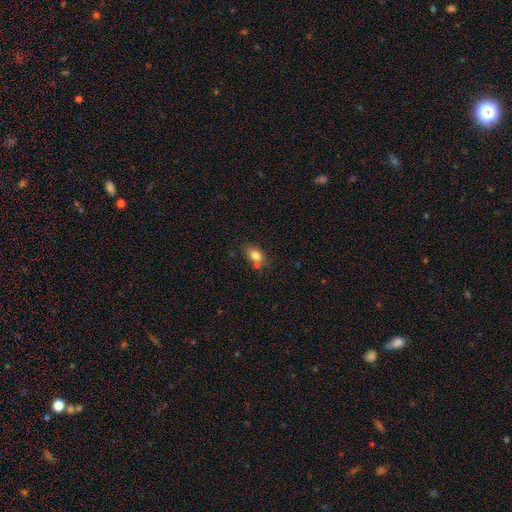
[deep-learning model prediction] Morphology: type=smooth (79%); roundness=in between (79%); merging=none (61%).